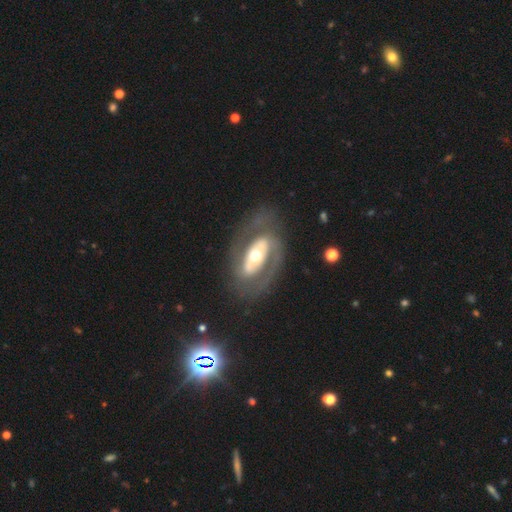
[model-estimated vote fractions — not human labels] A featured or disk galaxy (75%) with no bar (44%), spiral arms (54%) and a moderate central bulge (65%).

Vote fractions:
- Smooth or featured? featured or disk: 75% / smooth: 20% / star or artifact: 5%
- Edge-on disk? no: 92% / yes: 8%
- Bar? no: 44% / strong: 33% / weak: 22%
- Spiral arms? yes: 54% / no: 46%
- Bulge size? moderate: 65% / large: 21% / small: 11% / dominant: 2% / none: 1%
- Merging? none: 70% / minor disturbance: 15% / major disturbance: 14% / merger: 2%